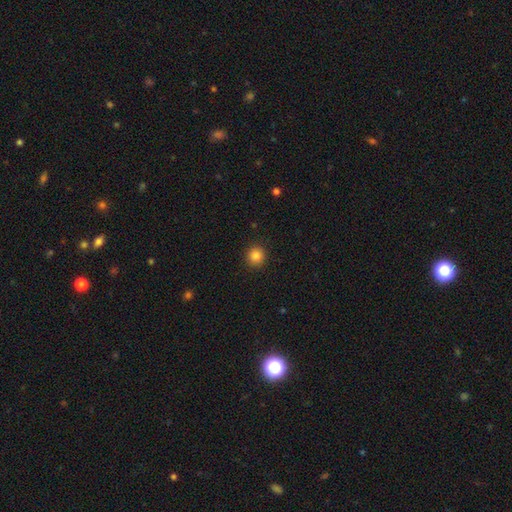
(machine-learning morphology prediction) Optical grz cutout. It shows a smooth galaxy with no disk features (84%) that is round (93%). Merging: none (92%).